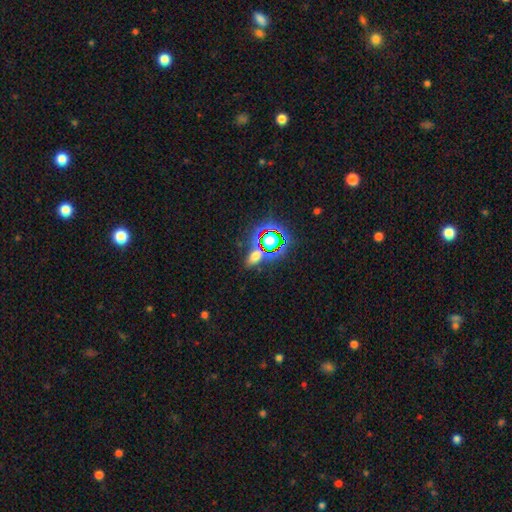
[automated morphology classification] This appears to be a smooth galaxy with no disk features (49%). Merging: none (70%).